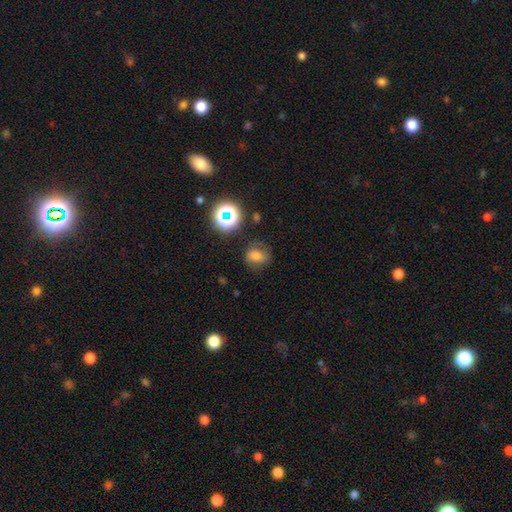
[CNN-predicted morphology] smooth-or-featured: smooth: 66% | star or artifact: 19% | featured or disk: 14%
  how-rounded: round: 56% | in between: 43% | cigar-shaped: 1%
  merging: none: 66% | minor disturbance: 21% | major disturbance: 10% | merger: 3%